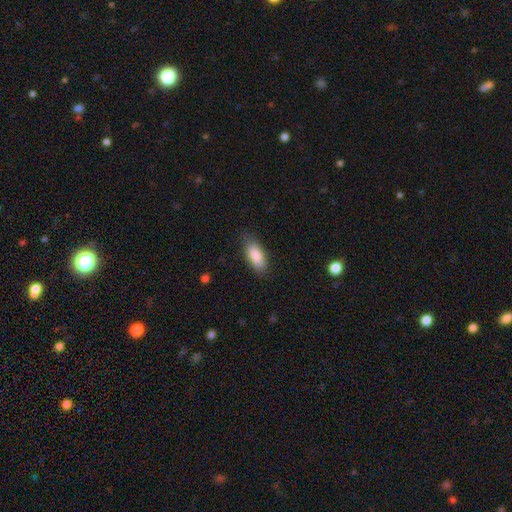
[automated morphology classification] smooth_or_featured: smooth (p=0.87) [alt: featured or disk p=0.07]
how_rounded: in between (p=0.86) [alt: cigar-shaped p=0.12]
merging: none (p=0.79) [alt: minor disturbance p=0.16]